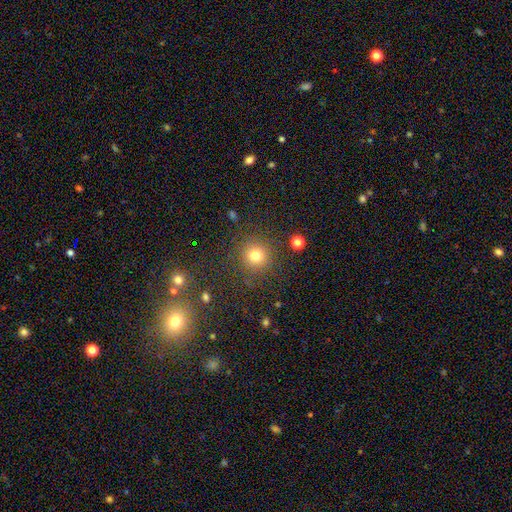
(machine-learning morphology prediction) This is likely a smooth galaxy (77%). How rounded: clearly round (93%). Merging: clearly none (86%).